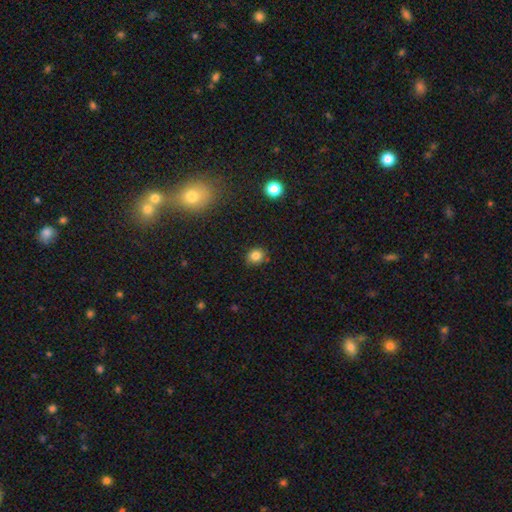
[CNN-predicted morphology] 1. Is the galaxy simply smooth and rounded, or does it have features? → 83% smooth, 12% star or artifact, 5% featured or disk.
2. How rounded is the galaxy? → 71% round, 28% in between, 1% cigar-shaped.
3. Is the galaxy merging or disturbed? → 83% none, 12% minor disturbance, 3% major disturbance, 2% merger.